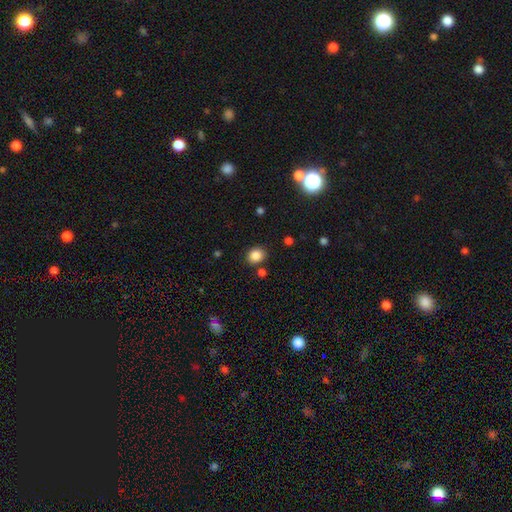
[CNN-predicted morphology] smooth-or-featured: smooth: 85% | star or artifact: 10% | featured or disk: 5%
  how-rounded: round: 63% | in between: 37% | cigar-shaped: 1%
  merging: none: 82% | minor disturbance: 10% | merger: 5% | major disturbance: 3%